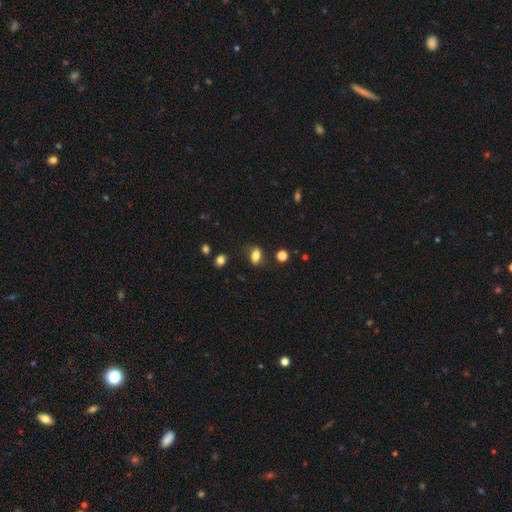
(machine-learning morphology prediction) Smooth or featured?
  - smooth: 78% *
  - featured or disk: 12%
  - star or artifact: 10%
How rounded?
  - in between: 79% *
  - round: 14%
  - cigar-shaped: 7%
Merging?
  - none: 76% *
  - minor disturbance: 16%
  - major disturbance: 5%
  - merger: 3%